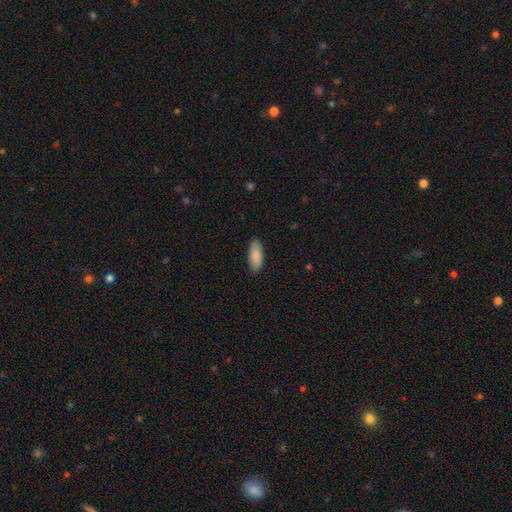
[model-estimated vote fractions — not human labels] This is clearly a smooth galaxy (88%). How rounded: likely in between (79%). Merging: clearly none (86%).